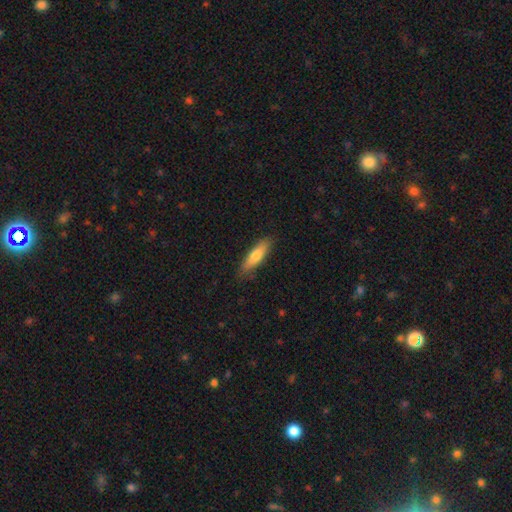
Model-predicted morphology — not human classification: smooth_or_featured: smooth (p=0.73) [alt: featured or disk p=0.21]
how_rounded: cigar-shaped (p=0.63) [alt: in between p=0.35]
merging: none (p=0.83) [alt: minor disturbance p=0.13]